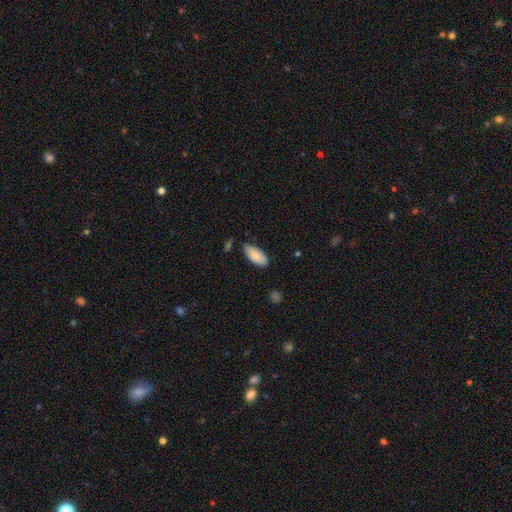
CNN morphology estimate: Smooth or featured? Predicted: smooth (p=0.85). How rounded? Predicted: in between (p=0.91). Merging? Predicted: none (p=0.78).